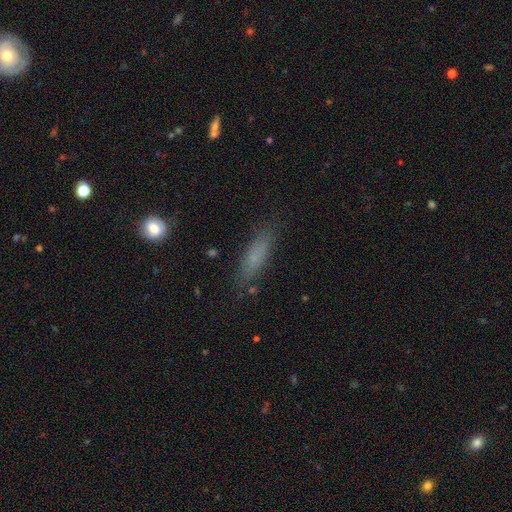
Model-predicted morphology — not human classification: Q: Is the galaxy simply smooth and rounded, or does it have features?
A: smooth — 71%.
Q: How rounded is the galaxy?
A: cigar-shaped — 61%.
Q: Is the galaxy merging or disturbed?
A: none — 81%.